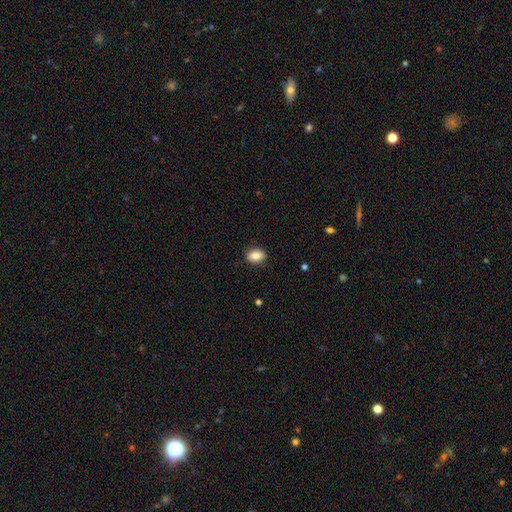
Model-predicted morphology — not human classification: The model was most divided on "how rounded": in between: 77%, round: 22%, cigar-shaped: 2%. More confident: merging — none (88%); smooth or featured — smooth (86%).